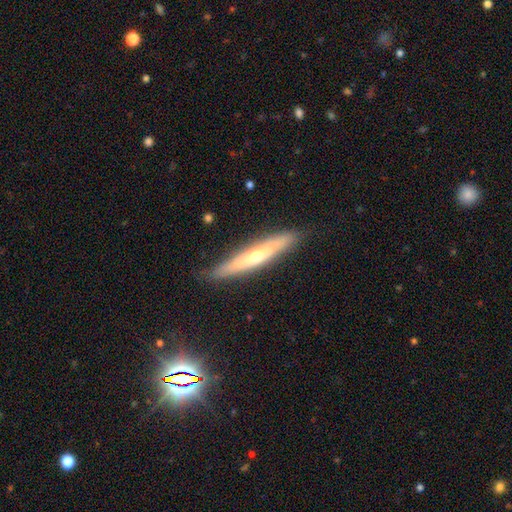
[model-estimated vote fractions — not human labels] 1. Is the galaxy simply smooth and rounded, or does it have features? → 54% featured or disk, 39% smooth, 7% star or artifact.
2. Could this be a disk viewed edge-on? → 87% yes, 13% no.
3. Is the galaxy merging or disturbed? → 85% none, 11% minor disturbance, 2% major disturbance, 1% merger.